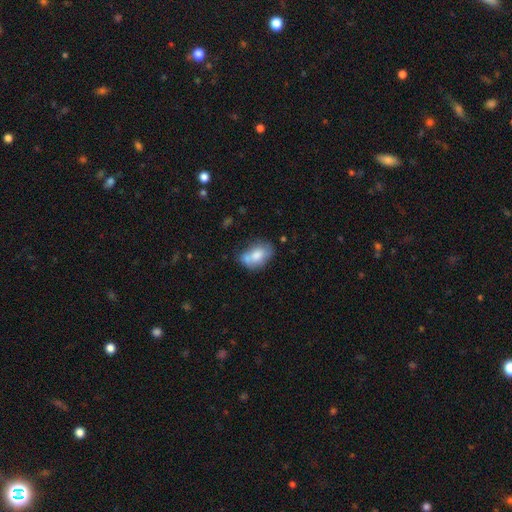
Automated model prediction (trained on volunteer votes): smooth_or_featured: smooth (p=0.69) [alt: featured or disk p=0.23]
how_rounded: in between (p=0.83) [alt: round p=0.15]
merging: none (p=0.43) [alt: minor disturbance p=0.26]